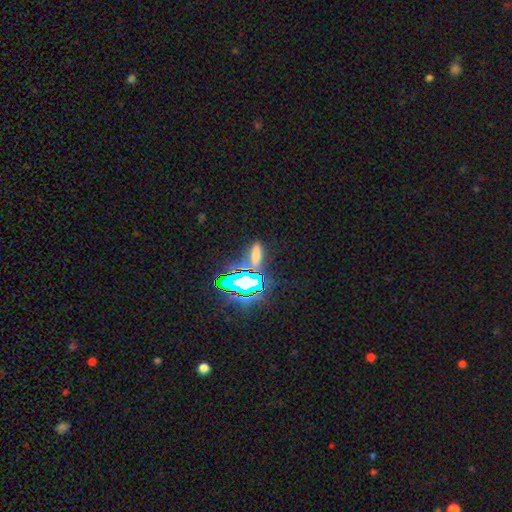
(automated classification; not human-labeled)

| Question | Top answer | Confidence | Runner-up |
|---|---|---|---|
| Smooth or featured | smooth | 45% | star or artifact (42%) |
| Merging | none | 71% | minor disturbance (13%) |